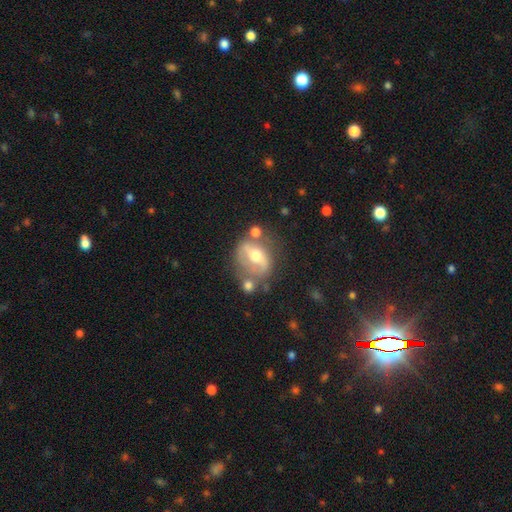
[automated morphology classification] featured or disk 65%, smooth 27%, star or artifact 8%. Down the decision tree: edge-on disk — no (93%); bar — strong (41%); spiral arms — yes (51%); bulge size — moderate (72%); merging — none (54%).